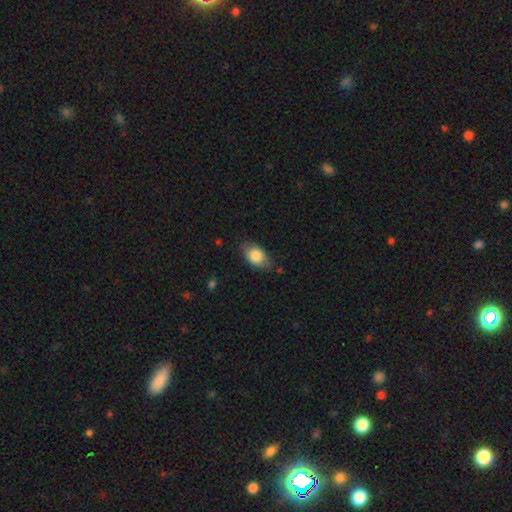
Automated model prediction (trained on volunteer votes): Smooth or featured?
  - smooth: 82% *
  - featured or disk: 12%
  - star or artifact: 7%
How rounded?
  - in between: 87% *
  - round: 11%
  - cigar-shaped: 2%
Merging?
  - none: 75% *
  - minor disturbance: 19%
  - major disturbance: 4%
  - merger: 1%